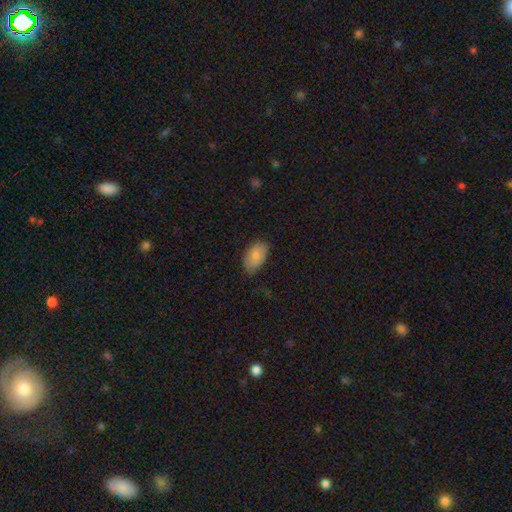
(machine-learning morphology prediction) Smooth or featured?
  - smooth: 81% *
  - featured or disk: 13%
  - star or artifact: 7%
How rounded?
  - in between: 93% *
  - round: 5%
  - cigar-shaped: 2%
Merging?
  - none: 75% *
  - minor disturbance: 20%
  - major disturbance: 4%
  - merger: 1%